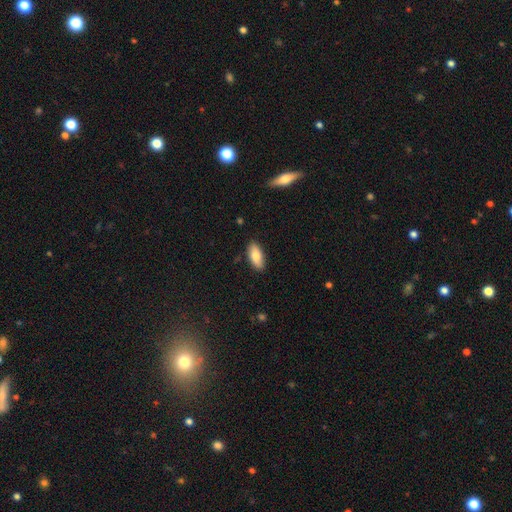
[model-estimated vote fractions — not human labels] Smooth or featured? smooth (78%)
How rounded? in between (87%)
Merging? none (86%)